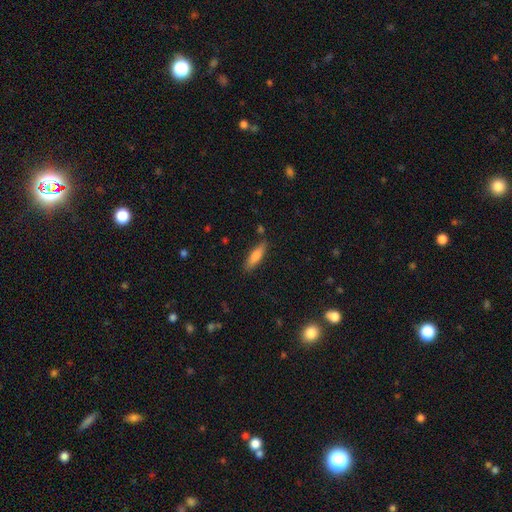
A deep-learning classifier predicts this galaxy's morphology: Smooth or featured?
  - smooth: 79% *
  - featured or disk: 15%
  - star or artifact: 6%
How rounded?
  - cigar-shaped: 61% *
  - in between: 38%
  - round: 2%
Merging?
  - none: 83% *
  - minor disturbance: 12%
  - major disturbance: 3%
  - merger: 2%